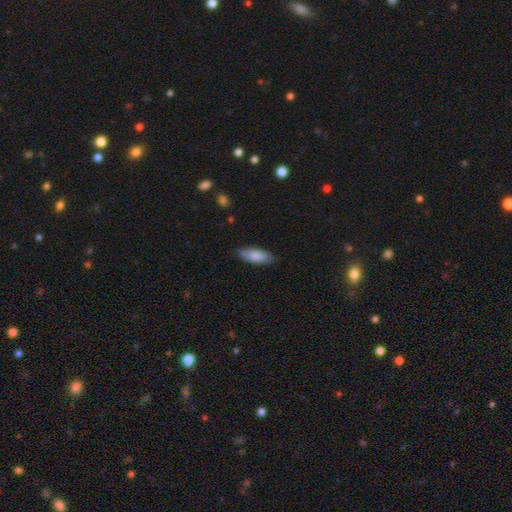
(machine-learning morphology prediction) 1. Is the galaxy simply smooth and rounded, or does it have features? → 83% smooth, 11% featured or disk, 6% star or artifact.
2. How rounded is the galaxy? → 72% in between, 26% cigar-shaped, 2% round.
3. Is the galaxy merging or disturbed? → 84% none, 12% minor disturbance, 2% major disturbance, 1% merger.